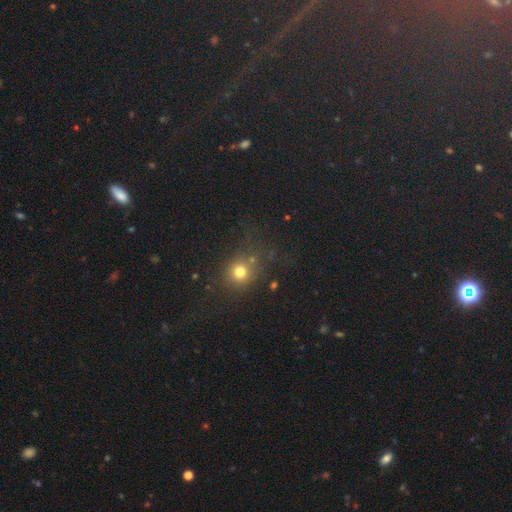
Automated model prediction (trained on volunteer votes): A smooth galaxy with no disk features (48%).

Vote fractions:
- Smooth or featured? smooth: 48% / star or artifact: 44% / featured or disk: 8%
- Merging? none: 73% / minor disturbance: 13% / merger: 7% / major disturbance: 7%